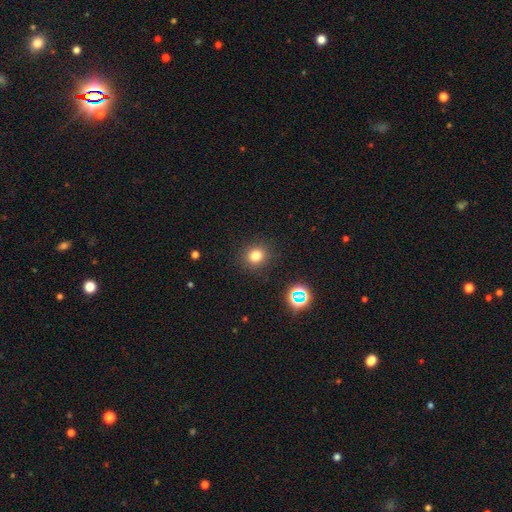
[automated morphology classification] smooth_or_featured: smooth (p=0.78) [alt: star or artifact p=0.16]
how_rounded: round (p=0.84) [alt: in between p=0.15]
merging: none (p=0.89) [alt: minor disturbance p=0.07]